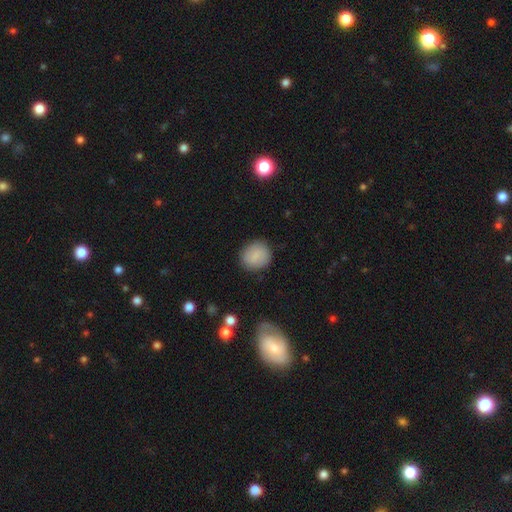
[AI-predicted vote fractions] smooth 84%, featured or disk 9%, star or artifact 7%. Down the decision tree: how rounded — round (80%); merging — none (86%).